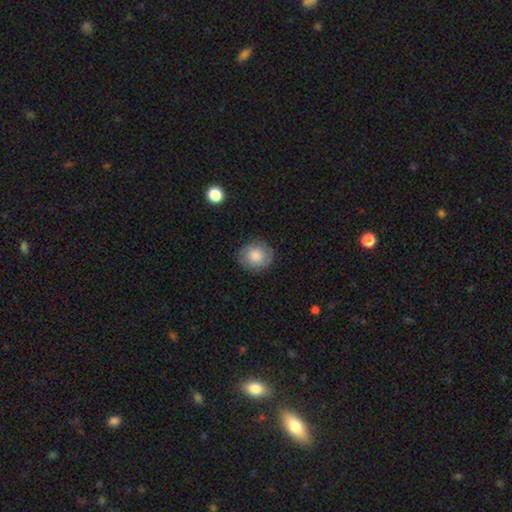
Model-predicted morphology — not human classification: smooth-or-featured: smooth: 83% | featured or disk: 10% | star or artifact: 8%
  how-rounded: round: 83% | in between: 16% | cigar-shaped: 1%
  merging: none: 86% | minor disturbance: 11% | major disturbance: 3% | merger: 1%